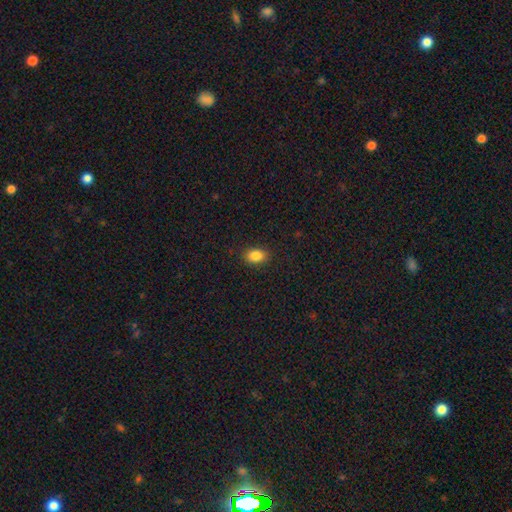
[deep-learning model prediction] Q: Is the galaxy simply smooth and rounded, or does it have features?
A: smooth — 85%.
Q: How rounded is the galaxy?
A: in between — 79%.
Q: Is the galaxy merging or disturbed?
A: none — 89%.